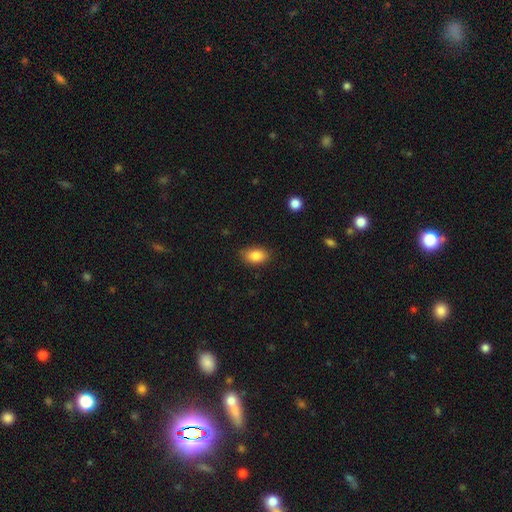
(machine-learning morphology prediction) smooth-or-featured: smooth: 85% | star or artifact: 8% | featured or disk: 7%
  how-rounded: in between: 89% | round: 9% | cigar-shaped: 2%
  merging: none: 84% | minor disturbance: 12% | major disturbance: 3% | merger: 1%